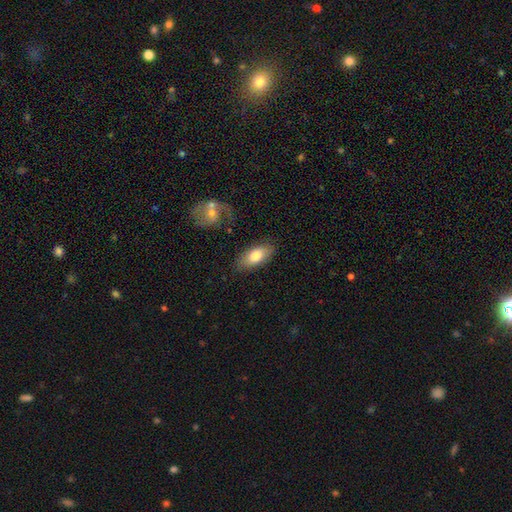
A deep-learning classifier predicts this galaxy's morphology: Smooth or featured? smooth (77%)
How rounded? in between (88%)
Merging? none (79%)